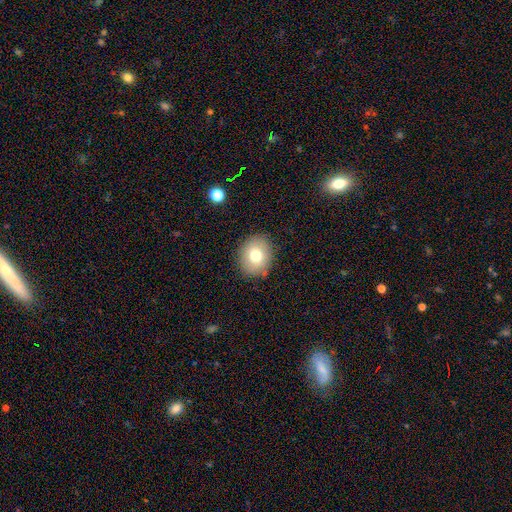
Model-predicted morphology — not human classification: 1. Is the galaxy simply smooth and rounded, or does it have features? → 75% smooth, 15% featured or disk, 10% star or artifact.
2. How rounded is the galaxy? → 67% round, 32% in between, 1% cigar-shaped.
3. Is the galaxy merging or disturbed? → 87% none, 9% minor disturbance, 3% major disturbance, 1% merger.